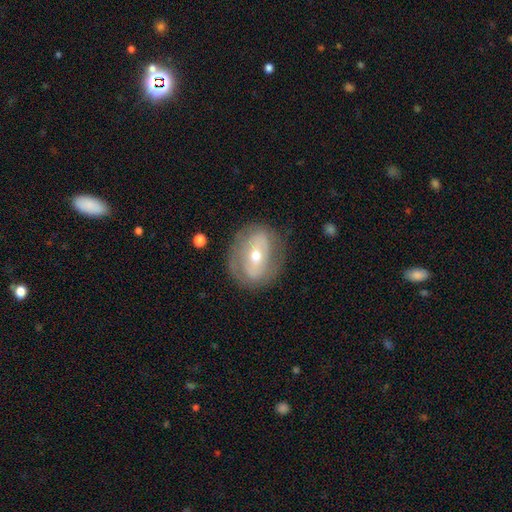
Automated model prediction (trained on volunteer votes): The model was most divided on "bar": no: 35%, strong: 33%, weak: 32%. More confident: edge-on disk — no (92%); merging — none (74%); smooth or featured — featured or disk (63%); bulge size — moderate (58%); spiral arms — no (56%).